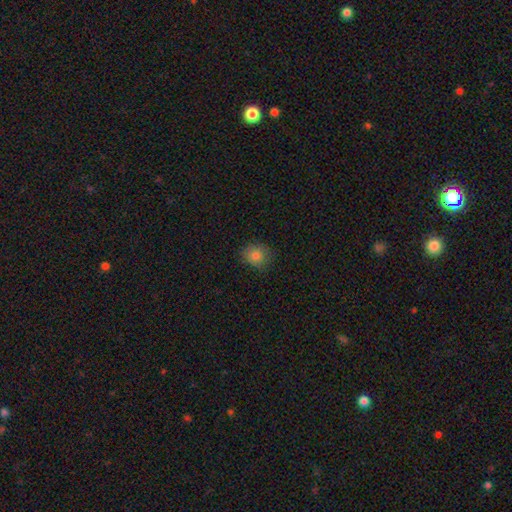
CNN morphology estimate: type=smooth (83%); roundness=round (74%); merging=none (81%).